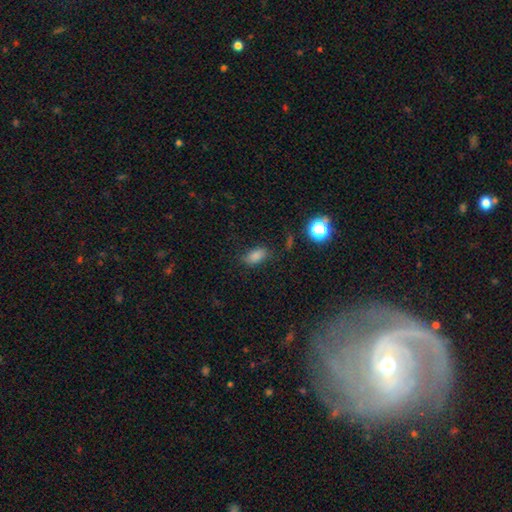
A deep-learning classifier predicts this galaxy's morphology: Overall: smooth (77%). How rounded: in between (86%). Merging: none (75%).